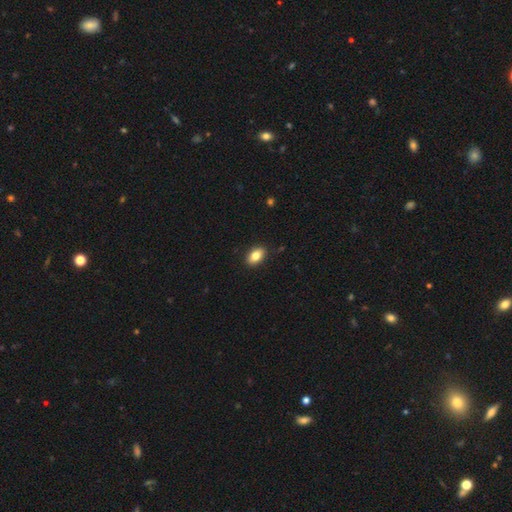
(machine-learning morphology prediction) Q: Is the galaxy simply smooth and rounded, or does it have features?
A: smooth — 82%.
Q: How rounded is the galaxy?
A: in between — 88%.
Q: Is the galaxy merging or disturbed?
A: none — 89%.